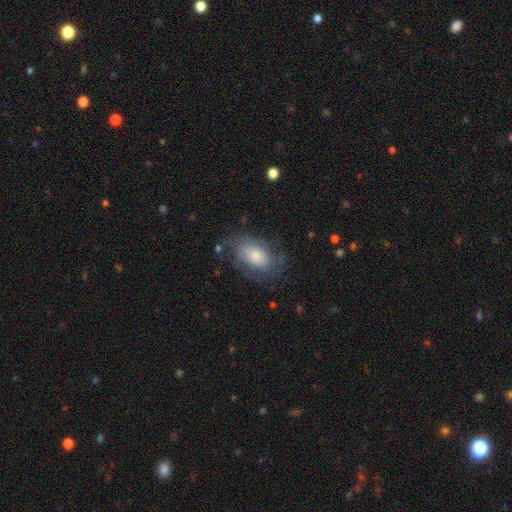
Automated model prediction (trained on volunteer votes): Smooth or featured? Predicted: featured or disk (p=0.47). Merging? Predicted: none (p=0.61).